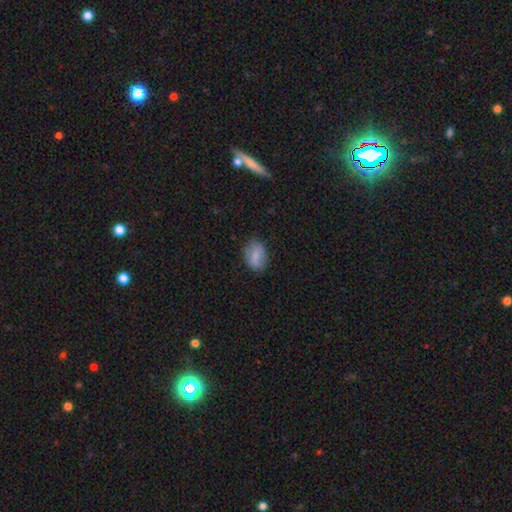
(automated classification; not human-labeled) Smooth or featured? smooth (77%)
How rounded? in between (77%)
Merging? none (79%)